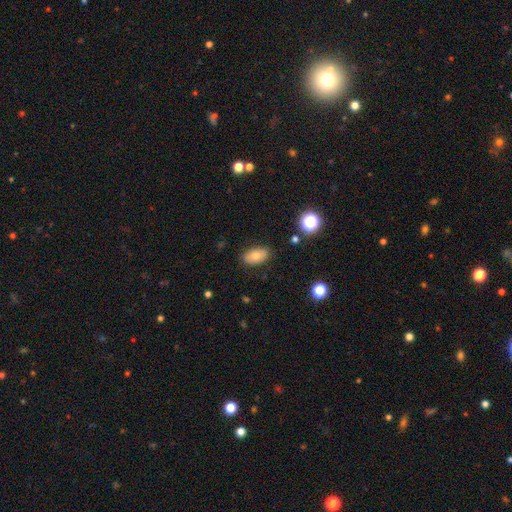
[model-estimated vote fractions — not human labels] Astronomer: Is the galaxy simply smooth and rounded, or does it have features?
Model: smooth — 74%.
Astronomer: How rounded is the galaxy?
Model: in between — 91%.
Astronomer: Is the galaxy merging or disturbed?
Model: none — 85%.